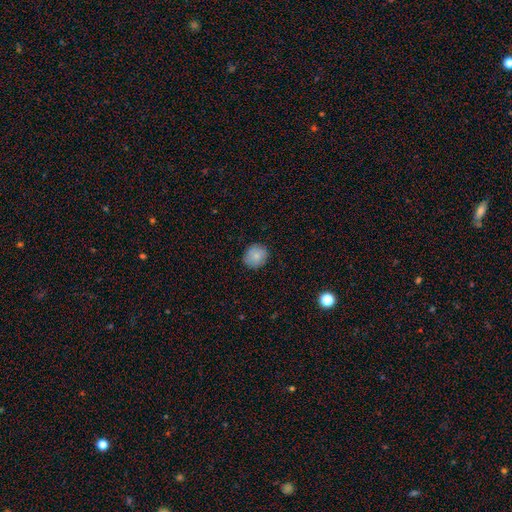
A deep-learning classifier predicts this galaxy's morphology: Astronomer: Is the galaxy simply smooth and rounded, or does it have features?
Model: smooth — 83%.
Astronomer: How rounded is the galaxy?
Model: round — 84%.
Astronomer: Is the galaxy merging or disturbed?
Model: none — 87%.